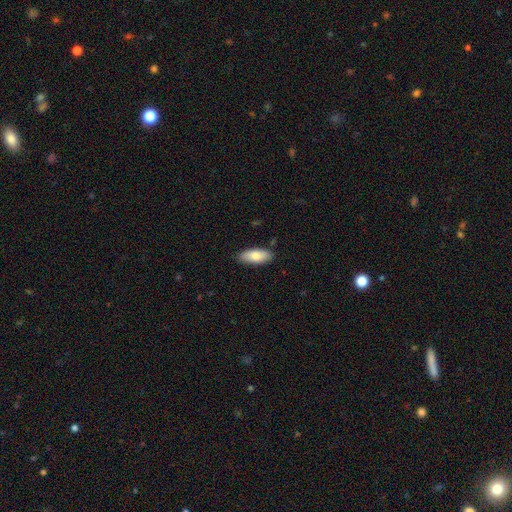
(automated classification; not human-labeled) smooth-or-featured: smooth: 81% | featured or disk: 13% | star or artifact: 6%
  how-rounded: in between: 81% | cigar-shaped: 17% | round: 2%
  merging: none: 86% | minor disturbance: 11% | major disturbance: 2% | merger: 1%